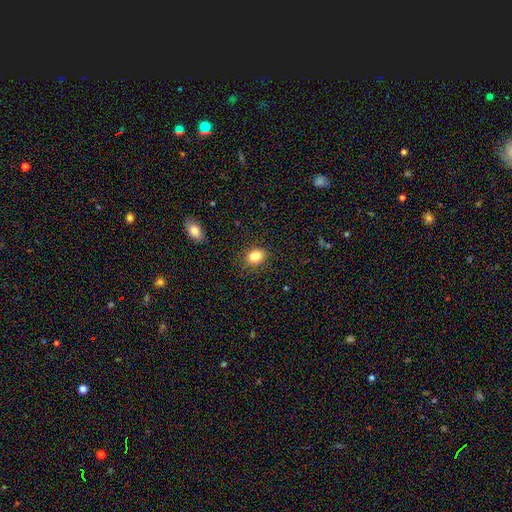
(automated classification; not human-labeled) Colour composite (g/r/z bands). It shows a smooth galaxy with no disk features (85%) that is in between round and cigar-shaped (67%). Merging: none (85%).